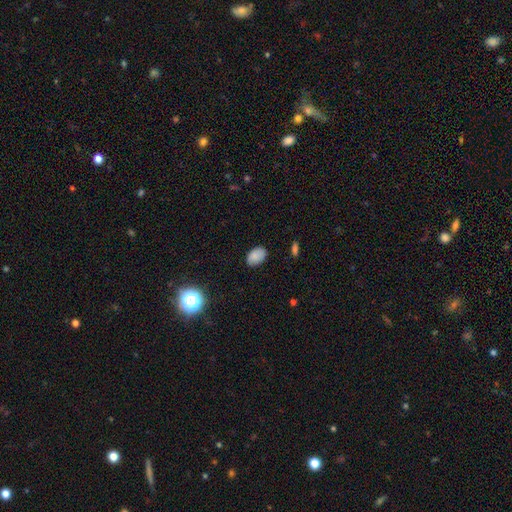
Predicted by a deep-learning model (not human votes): Smooth or featured? Predicted: smooth (p=0.81). How rounded? Predicted: in between (p=0.88). Merging? Predicted: none (p=0.81).